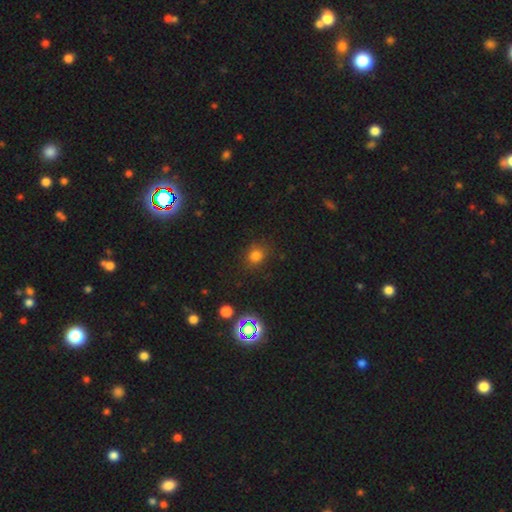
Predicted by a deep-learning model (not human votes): smooth-or-featured: smooth: 75% | star or artifact: 19% | featured or disk: 6%
  how-rounded: round: 73% | in between: 26% | cigar-shaped: 1%
  merging: none: 82% | minor disturbance: 12% | major disturbance: 4% | merger: 2%